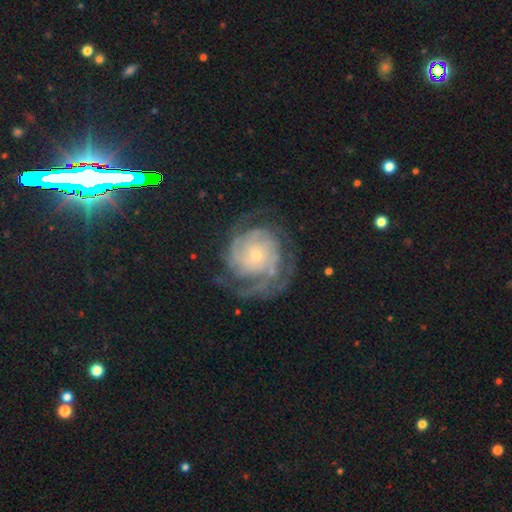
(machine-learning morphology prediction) Smooth or featured? Predicted: featured or disk (p=0.87). Edge-on disk? Predicted: no (p=0.98). Bar? Predicted: no (p=0.77). Spiral arms? Predicted: yes (p=0.96). Spiral winding? Predicted: tight (p=0.64). Spiral arm count? Predicted: 2 (p=0.31). Bulge size? Predicted: small (p=0.75). Merging? Predicted: none (p=0.68).